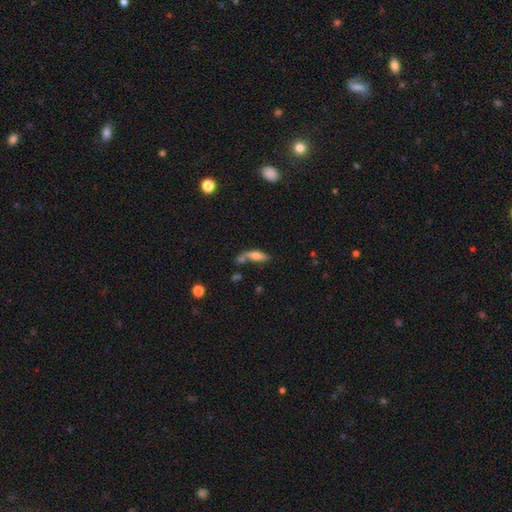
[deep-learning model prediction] Smooth or featured: smooth — 65% (featured or disk — 26%)
How rounded: in between — 55% (cigar-shaped — 42%)
Merging: none — 42% (merger — 28%)